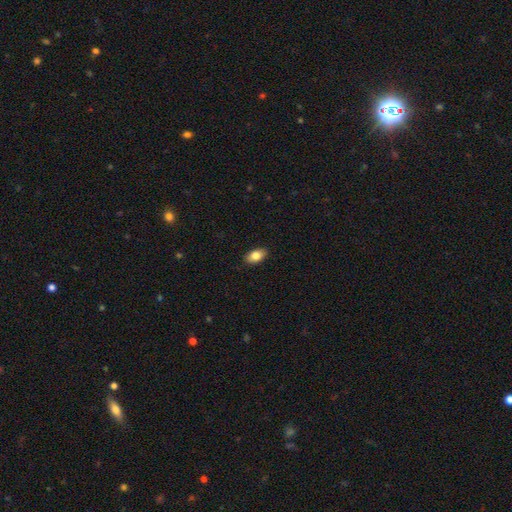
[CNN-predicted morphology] Overall: smooth (83%). How rounded: in between (92%). Merging: none (90%).